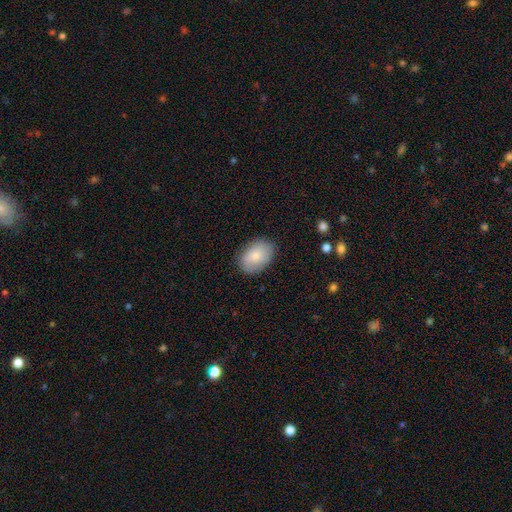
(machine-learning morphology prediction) Smooth or featured? Predicted: smooth (p=0.79). How rounded? Predicted: in between (p=0.84). Merging? Predicted: none (p=0.81).